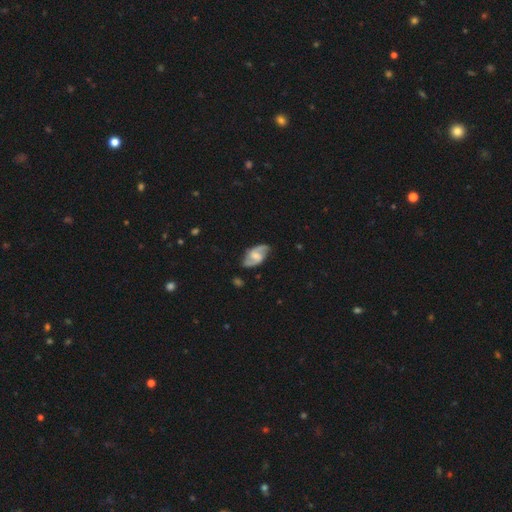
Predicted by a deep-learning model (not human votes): The model was most divided on "bulge size": moderate: 39%, small: 35%, none: 18%, large: 6%, dominant: 1%. Remaining: edge-on disk — no (97%); spiral arms — yes (96%); spiral arm count — 2 (92%); smooth or featured — featured or disk (84%); merging — none (79%); bar — weak (53%); spiral winding — medium (49%).